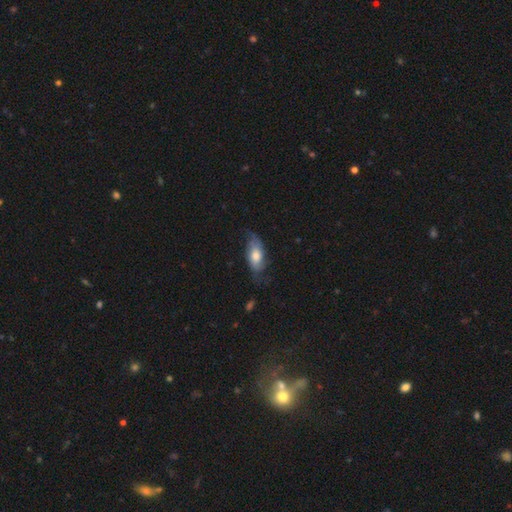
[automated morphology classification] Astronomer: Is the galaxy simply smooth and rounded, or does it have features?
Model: smooth — 51% (runner-up: featured or disk, 42%).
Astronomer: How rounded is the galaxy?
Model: in between — 85%.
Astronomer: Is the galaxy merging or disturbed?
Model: none — 54% (runner-up: minor disturbance, 29%).